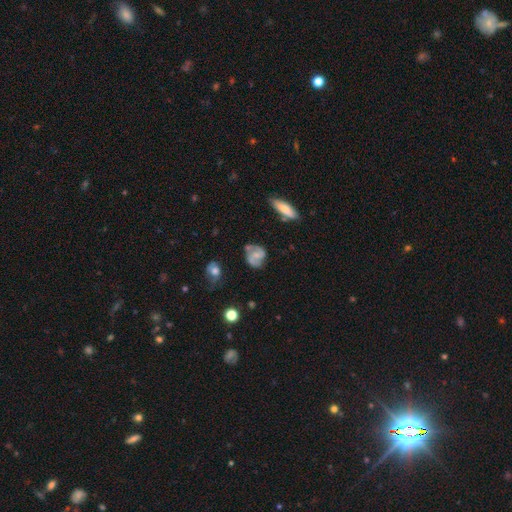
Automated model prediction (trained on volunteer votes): This is likely a featured or disk galaxy (69%). It is clearly not viewed edge-on (97%). Bar: possibly no (53%). Spiral arm pattern: clearly yes (92%). Spiral arm count: clearly 2 (85%). Spiral winding: possibly medium (49%). Central bulge: possibly small (48%). Merging: likely none (66%).